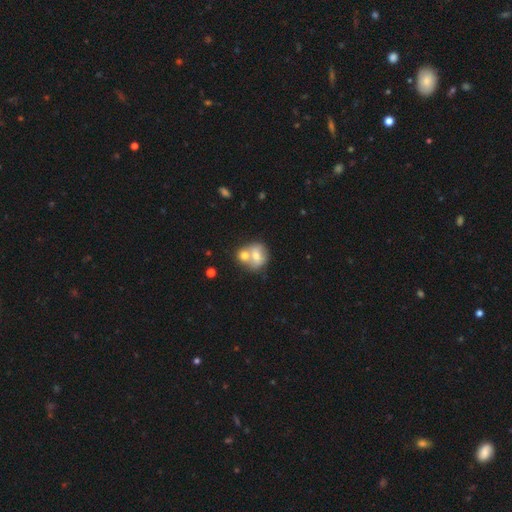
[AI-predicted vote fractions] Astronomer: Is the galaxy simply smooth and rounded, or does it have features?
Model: smooth — 65%.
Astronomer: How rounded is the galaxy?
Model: round — 67%.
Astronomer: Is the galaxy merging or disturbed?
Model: merger — 60%.